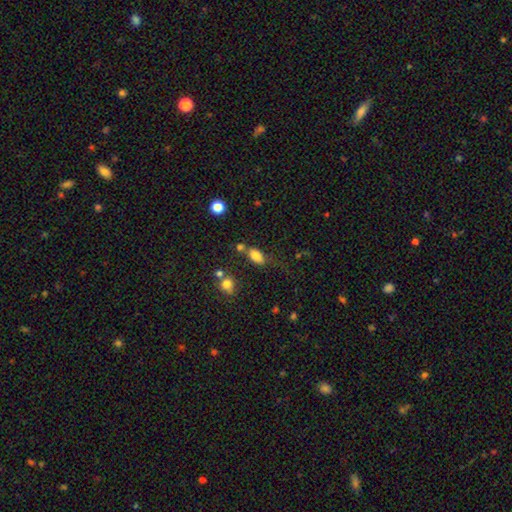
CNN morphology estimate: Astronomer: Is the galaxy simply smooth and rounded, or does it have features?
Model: smooth — 81%.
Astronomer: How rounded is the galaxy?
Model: in between — 87%.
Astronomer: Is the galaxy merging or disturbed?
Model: none — 53%.